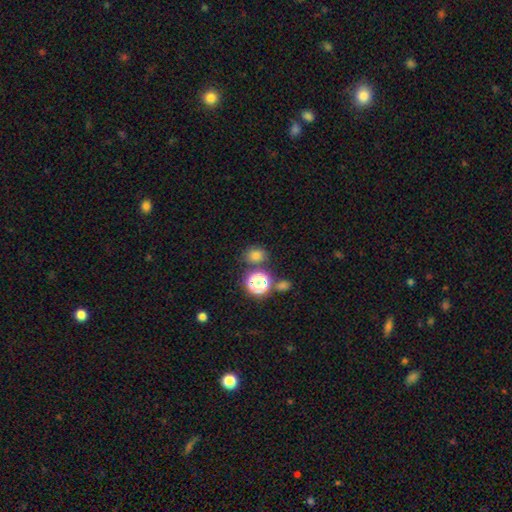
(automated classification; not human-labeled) Overall: smooth (71%). How rounded: round (61%; in between 38%). Merging: none (74%).